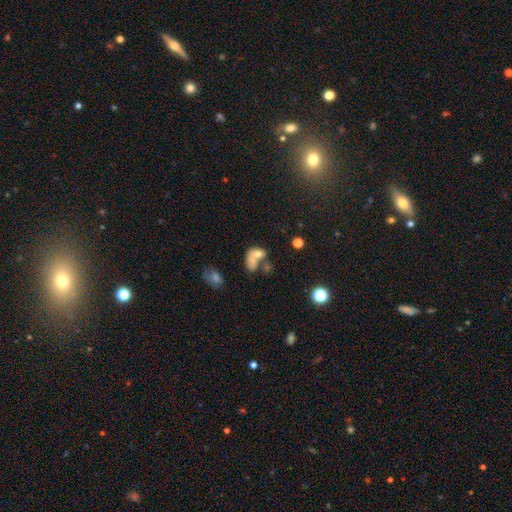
smooth-or-featured: smooth: 67% | featured or disk: 31% | star or artifact: 3%
  how-rounded: in between: 83% | round: 17% | cigar-shaped: 0%
  merging: merger: 69% | none: 17% | minor disturbance: 9% | major disturbance: 6%